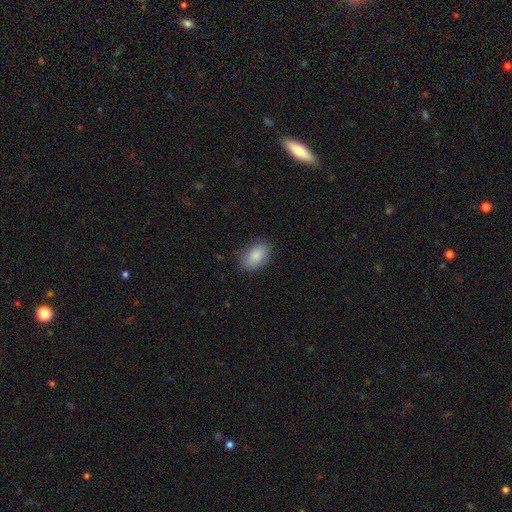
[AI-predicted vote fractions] Morphology: type=smooth (86%); roundness=in between (90%); merging=none (82%).